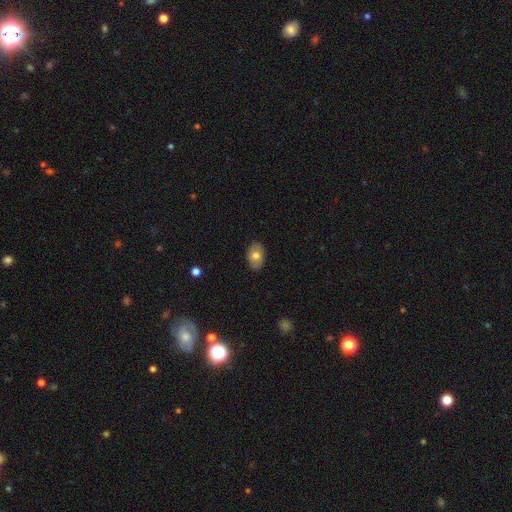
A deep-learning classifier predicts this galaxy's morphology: This is likely a smooth galaxy (73%). How rounded: clearly in between (87%). Merging: clearly none (87%).